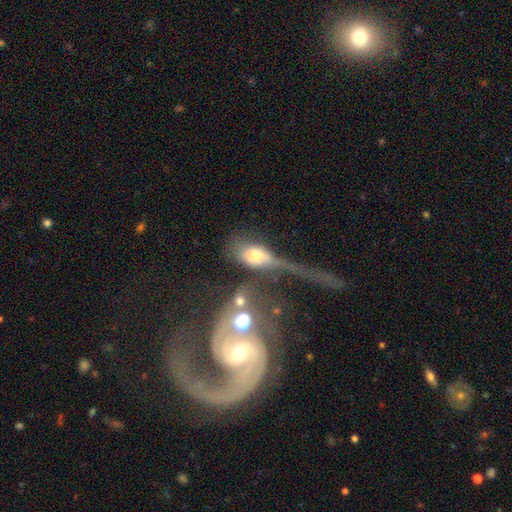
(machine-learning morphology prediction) type=smooth (57%); roundness=in between (75%); merging=major disturbance (43%).